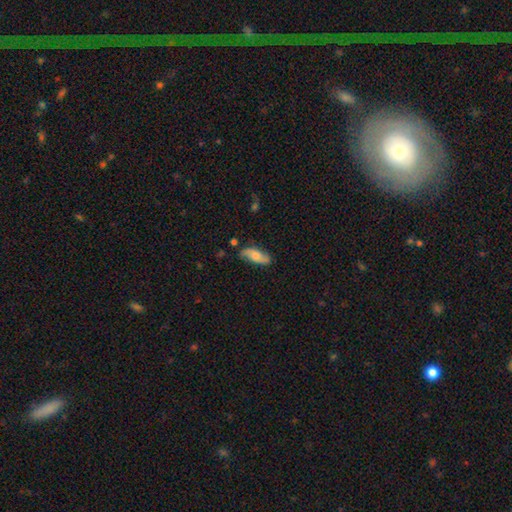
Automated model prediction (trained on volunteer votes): Smooth or featured: smooth — 57% (featured or disk — 36%)
How rounded: in between — 74% (cigar-shaped — 23%)
Merging: none — 73% (minor disturbance — 20%)